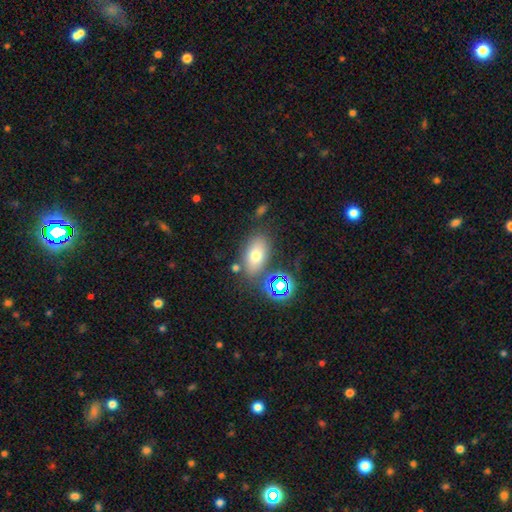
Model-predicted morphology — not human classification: smooth 68%, featured or disk 16%, star or artifact 16%. Down the decision tree: how rounded — in between (86%); merging — none (73%).